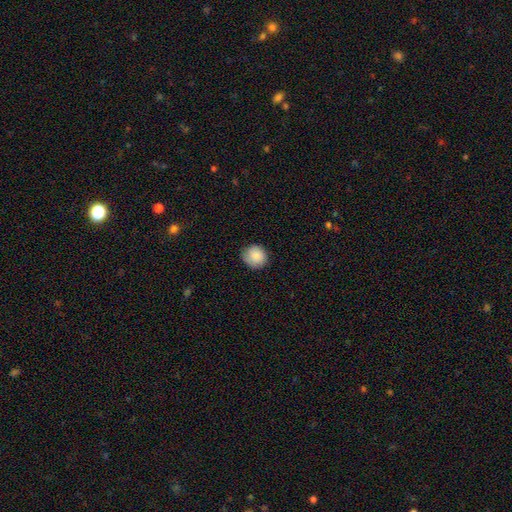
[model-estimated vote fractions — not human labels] Morphology: type=smooth (84%); roundness=round (87%); merging=none (78%).